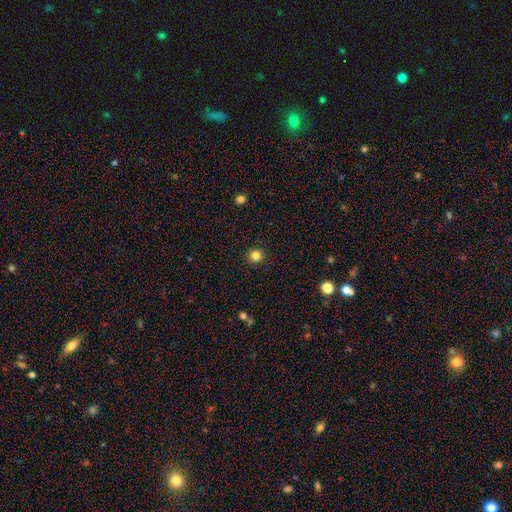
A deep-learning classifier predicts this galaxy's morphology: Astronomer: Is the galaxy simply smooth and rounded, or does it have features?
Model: smooth — 83%.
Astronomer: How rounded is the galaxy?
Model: round — 95%.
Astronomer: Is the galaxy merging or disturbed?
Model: none — 92%.